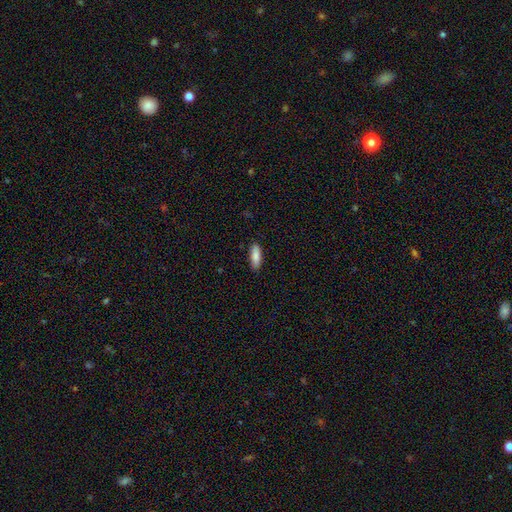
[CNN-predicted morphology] A smooth galaxy with no disk features (86%) that is in between round and cigar-shaped (56%).

Vote fractions:
- Smooth or featured? smooth: 86% / featured or disk: 8% / star or artifact: 6%
- How rounded? in between: 56% / cigar-shaped: 42% / round: 2%
- Merging? none: 88% / minor disturbance: 9% / major disturbance: 2% / merger: 1%